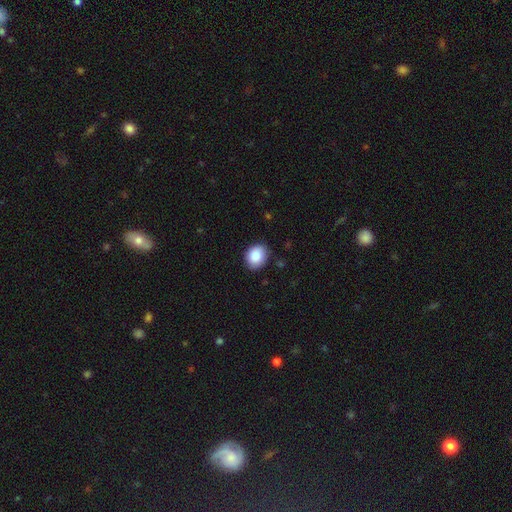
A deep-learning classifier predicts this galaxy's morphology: This is clearly a smooth galaxy (88%). How rounded: possibly round (54%). Merging: clearly none (84%).